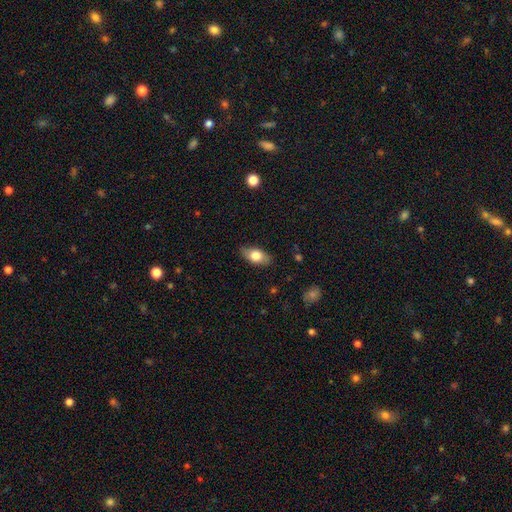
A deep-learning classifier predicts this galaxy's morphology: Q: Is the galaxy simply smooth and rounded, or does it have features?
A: smooth — 74%.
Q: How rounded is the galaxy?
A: in between — 89%.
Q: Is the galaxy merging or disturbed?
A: none — 84%.